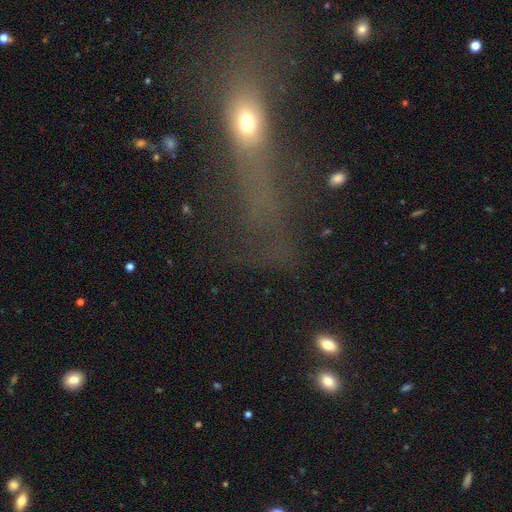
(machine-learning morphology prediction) star or artifact 37%, smooth 36%, featured or disk 27%.